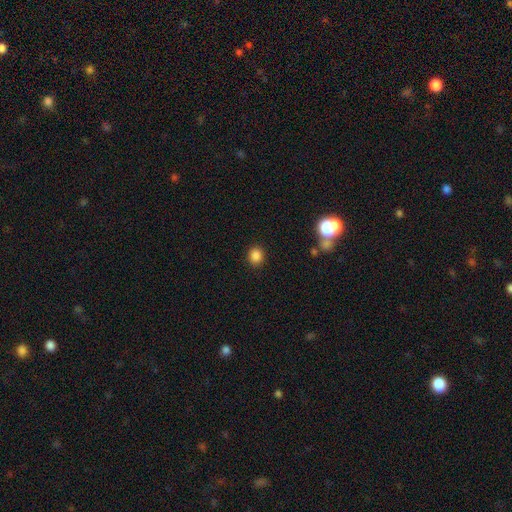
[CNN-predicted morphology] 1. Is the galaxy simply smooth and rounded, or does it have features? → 85% smooth, 12% star or artifact, 4% featured or disk.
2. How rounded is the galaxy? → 79% round, 20% in between, 1% cigar-shaped.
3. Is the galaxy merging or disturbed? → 90% none, 6% minor disturbance, 2% major disturbance, 2% merger.